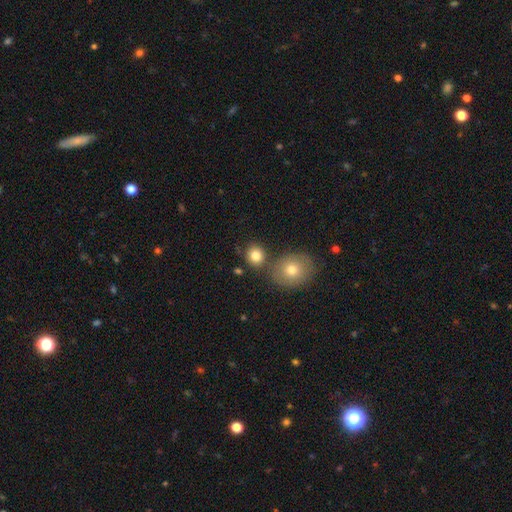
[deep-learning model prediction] A smooth galaxy with no disk features (82%) that is round (81%).

Vote fractions:
- Smooth or featured? smooth: 82% / star or artifact: 10% / featured or disk: 8%
- How rounded? round: 81% / in between: 18% / cigar-shaped: 1%
- Merging? none: 72% / merger: 16% / minor disturbance: 9% / major disturbance: 3%